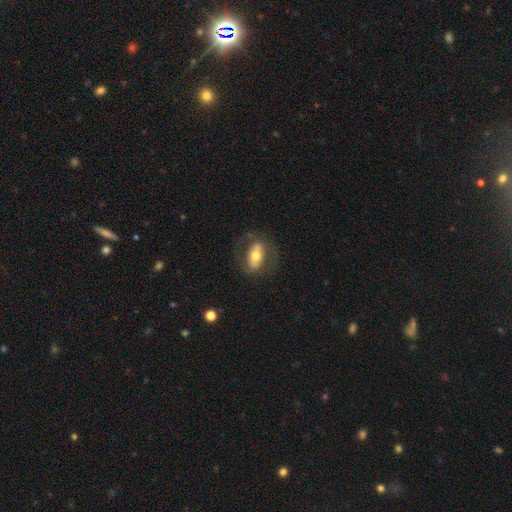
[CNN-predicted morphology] This appears to be a smooth galaxy with no disk features (50%) that is in between round and cigar-shaped (87%). Merging: none (72%).